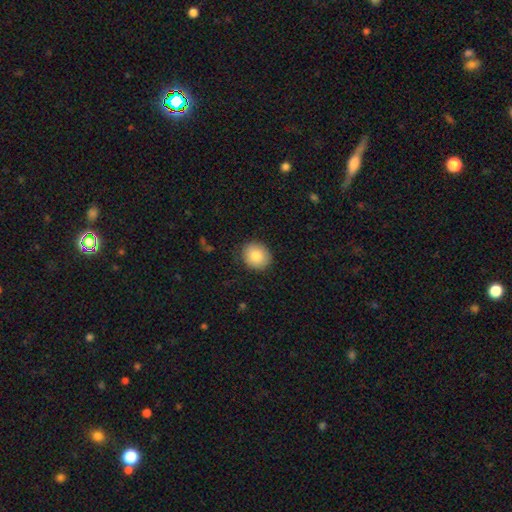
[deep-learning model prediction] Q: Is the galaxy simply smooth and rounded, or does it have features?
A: smooth — 85%.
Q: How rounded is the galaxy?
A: round — 76%.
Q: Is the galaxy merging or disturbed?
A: none — 87%.